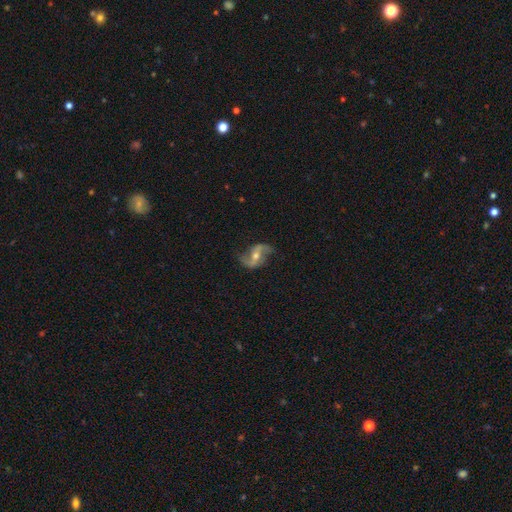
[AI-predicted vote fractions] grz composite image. It shows a featured or disk galaxy (86%) with a weak bar (40%), 2 (93%) loose (72%) spiral arms (94%) and a moderate central bulge (63%). Merging: none (78%).